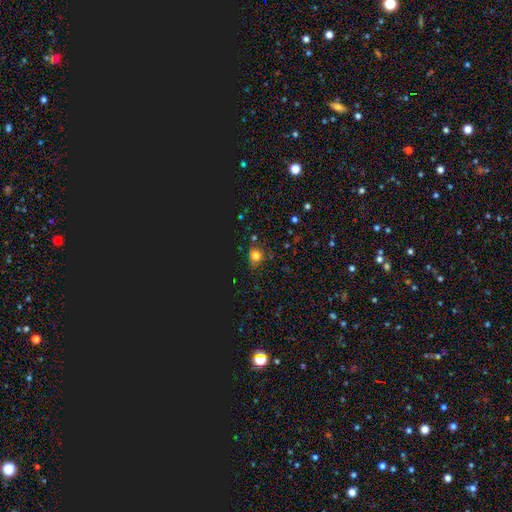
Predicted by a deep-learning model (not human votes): This appears to be a smooth galaxy with no disk features (67%) that is round (74%). Merging: none (72%).